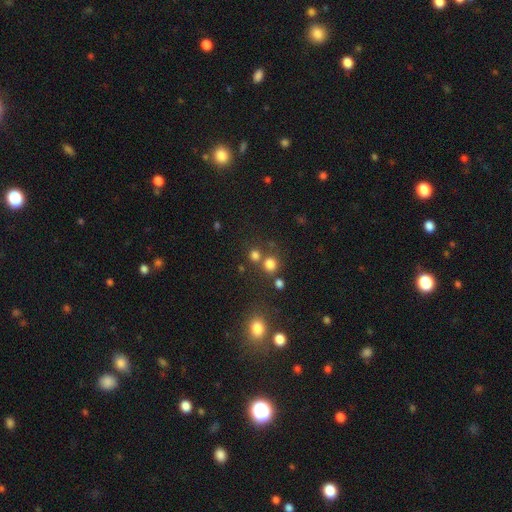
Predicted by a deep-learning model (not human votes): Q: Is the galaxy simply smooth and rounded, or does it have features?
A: smooth — 72%.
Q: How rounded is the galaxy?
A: round — 88%.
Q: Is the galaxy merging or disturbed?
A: none — 67%.